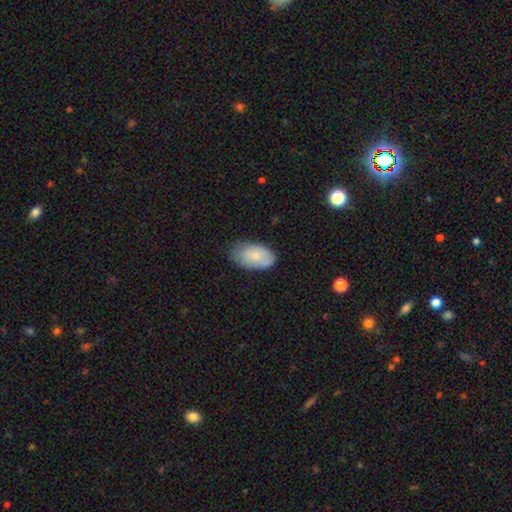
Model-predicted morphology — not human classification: Overall: smooth (74%). How rounded: in between (94%). Merging: none (66%; minor disturbance 27%).